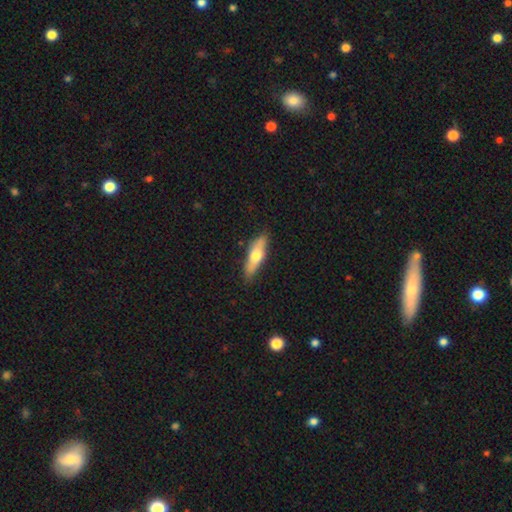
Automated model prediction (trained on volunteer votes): This appears to be a smooth galaxy with no disk features (57%) that is cigar-shaped (57%). Merging: none (84%).